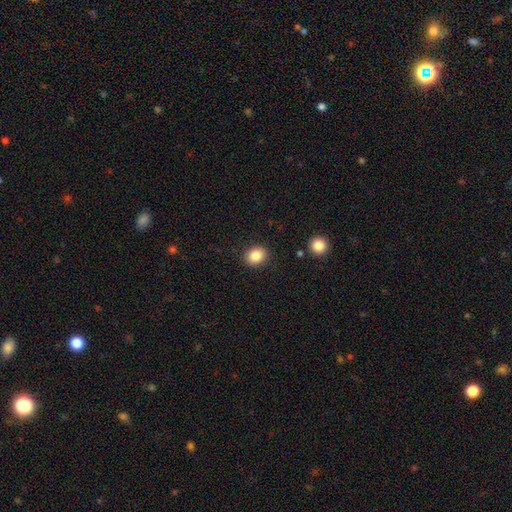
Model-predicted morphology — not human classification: The model was most divided on "how rounded": round: 54%, in between: 45%, cigar-shaped: 1%. More confident: merging — none (90%); smooth or featured — smooth (85%).